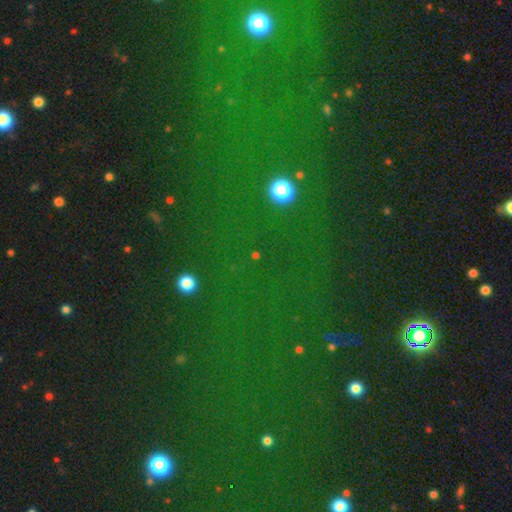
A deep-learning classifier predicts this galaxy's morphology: Smooth or featured? star or artifact (50%)